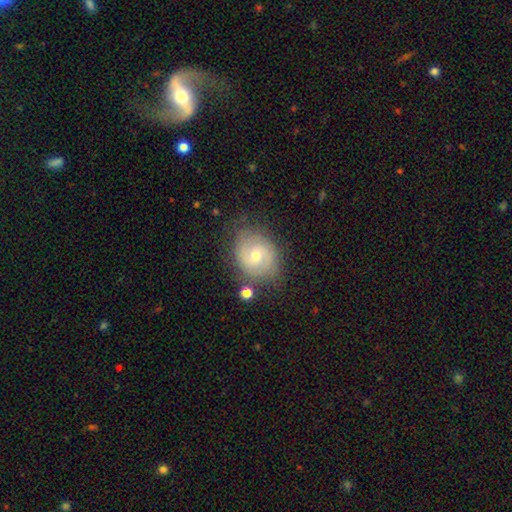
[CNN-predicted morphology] smooth_or_featured: featured or disk (p=0.65) [alt: smooth p=0.27]
disk_edge_on: no (p=0.97) [alt: yes p=0.03]
bar: no (p=0.57) [alt: weak p=0.37]
has_spiral_arms: yes (p=0.84) [alt: no p=0.16]
spiral_winding: tight (p=0.50) [alt: medium p=0.37]
spiral_arm_count: 2 (p=0.67) [alt: can't tell p=0.19]
bulge_size: moderate (p=0.62) [alt: small p=0.34]
merging: none (p=0.73) [alt: minor disturbance p=0.18]